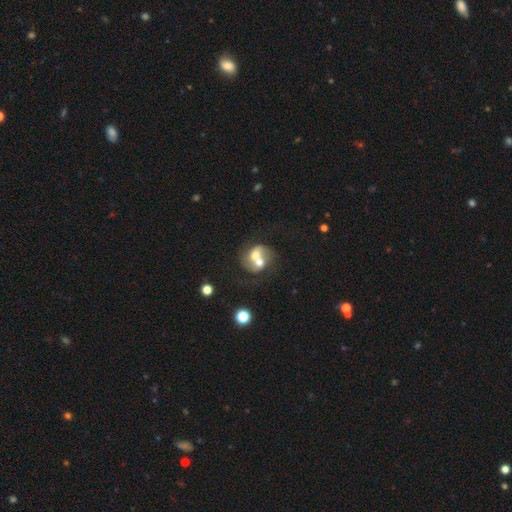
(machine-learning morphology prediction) Smooth or featured? featured or disk (51%)
Edge-on disk? no (97%)
Merging? merger (70%)